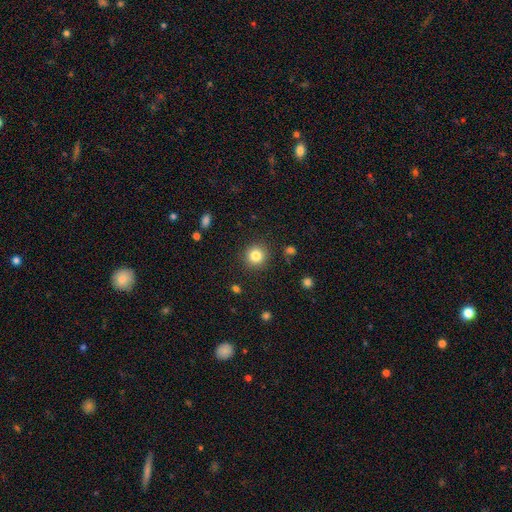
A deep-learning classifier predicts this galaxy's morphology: smooth 83%, star or artifact 11%, featured or disk 6%. Down the decision tree: how rounded — round (93%); merging — none (89%).